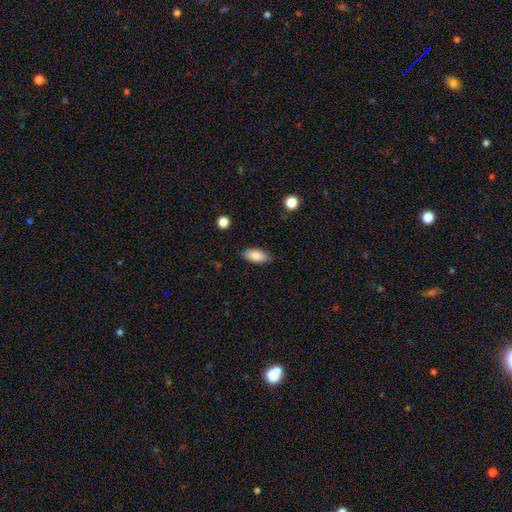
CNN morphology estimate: smooth_or_featured: smooth (p=0.85) [alt: featured or disk p=0.08]
how_rounded: in between (p=0.89) [alt: cigar-shaped p=0.08]
merging: none (p=0.82) [alt: minor disturbance p=0.14]